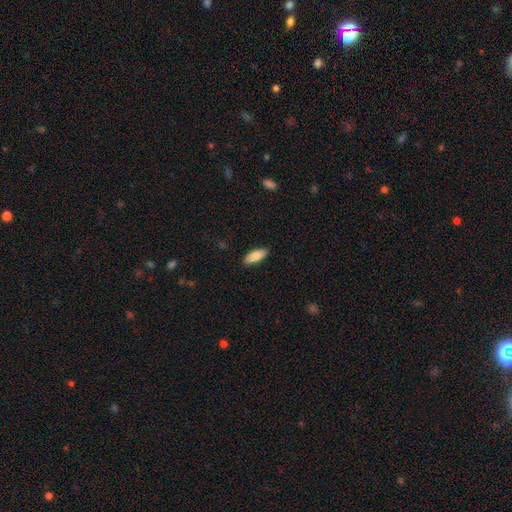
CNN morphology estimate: A smooth galaxy with no disk features (81%) that is in between round and cigar-shaped (83%).

Vote fractions:
- Smooth or featured? smooth: 81% / featured or disk: 13% / star or artifact: 6%
- How rounded? in between: 83% / cigar-shaped: 15% / round: 2%
- Merging? none: 88% / minor disturbance: 9% / major disturbance: 2% / merger: 1%